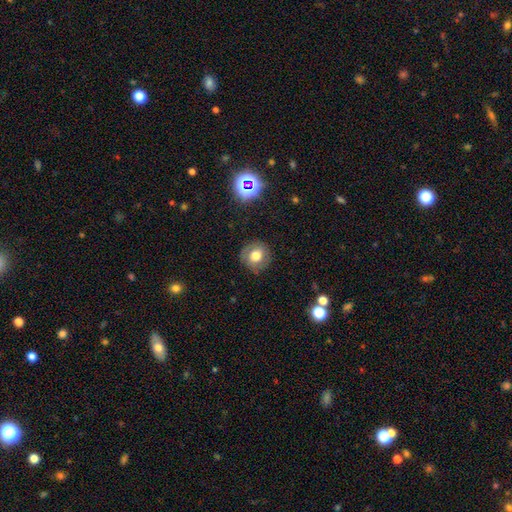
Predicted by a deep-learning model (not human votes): This appears to be a smooth galaxy with no disk features (58%) that is round (88%). Merging: none (83%).